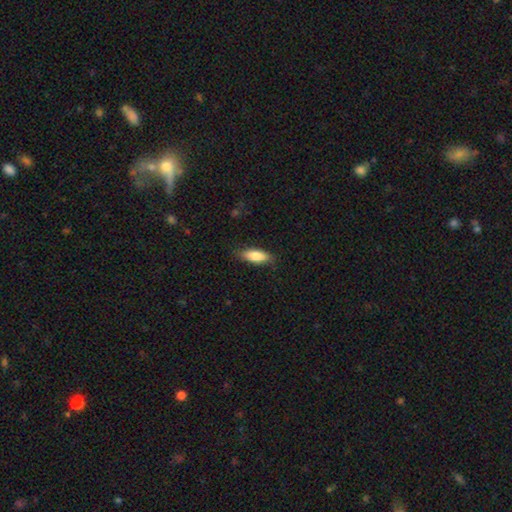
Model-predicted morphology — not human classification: Smooth or featured?
  - smooth: 82% *
  - featured or disk: 12%
  - star or artifact: 6%
How rounded?
  - in between: 72% *
  - cigar-shaped: 26%
  - round: 2%
Merging?
  - none: 80% *
  - minor disturbance: 16%
  - major disturbance: 3%
  - merger: 1%